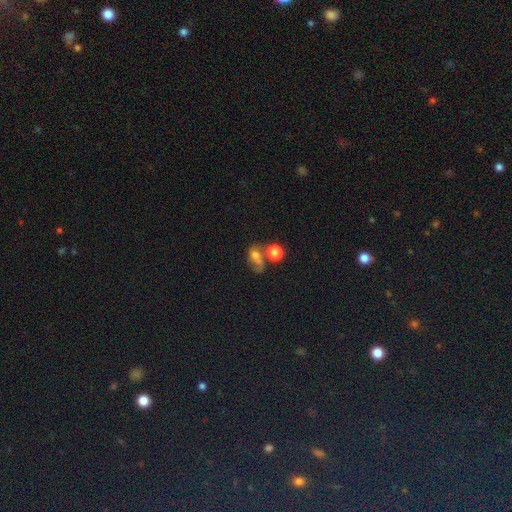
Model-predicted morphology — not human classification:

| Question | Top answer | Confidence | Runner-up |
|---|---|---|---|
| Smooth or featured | smooth | 57% | featured or disk (26%) |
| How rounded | in between | 53% | round (44%) |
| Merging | merger | 41% | none (28%) |